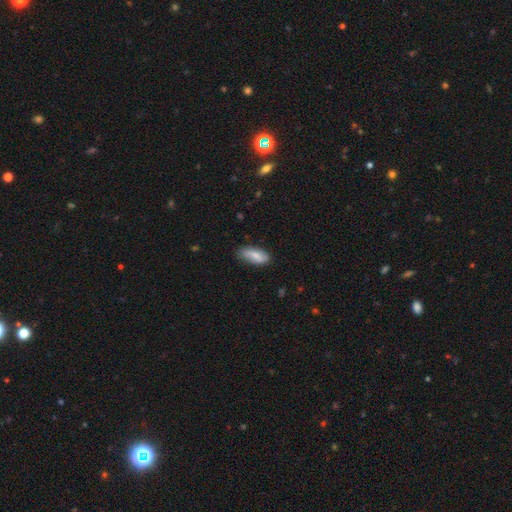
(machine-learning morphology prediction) Smooth or featured: smooth — 68% (featured or disk — 26%)
How rounded: in between — 85% (cigar-shaped — 13%)
Merging: none — 74% (minor disturbance — 21%)